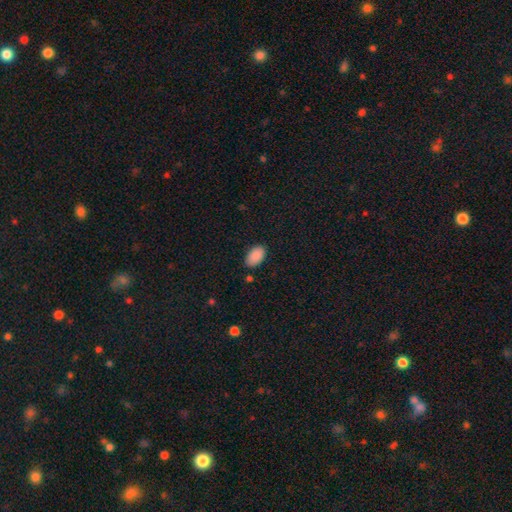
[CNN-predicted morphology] A smooth galaxy with no disk features (90%) that is in between round and cigar-shaped (94%). Merging: none (85%).